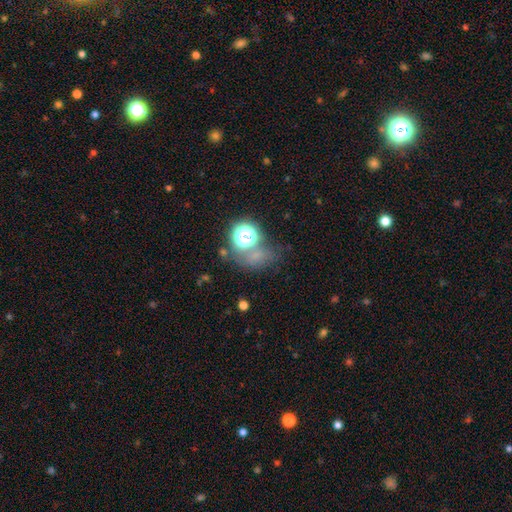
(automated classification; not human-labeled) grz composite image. It shows a star or artifact, not a galaxy (44%).